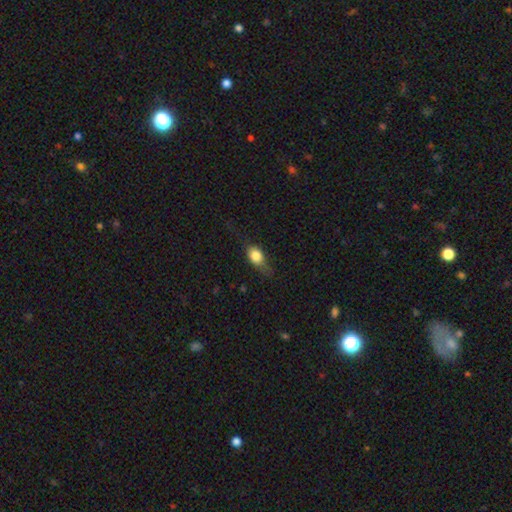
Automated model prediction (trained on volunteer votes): Morphology: type=smooth (74%); roundness=in between (63%); merging=none (51%).